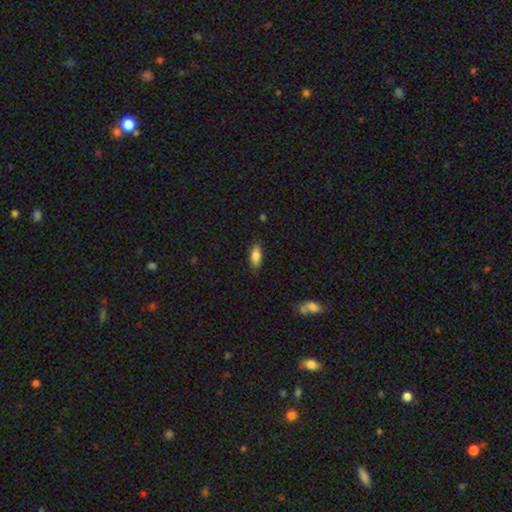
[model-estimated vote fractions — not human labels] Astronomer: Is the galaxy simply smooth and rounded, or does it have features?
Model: smooth — 83%.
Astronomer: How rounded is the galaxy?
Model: in between — 81%.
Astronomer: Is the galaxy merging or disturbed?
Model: none — 83%.